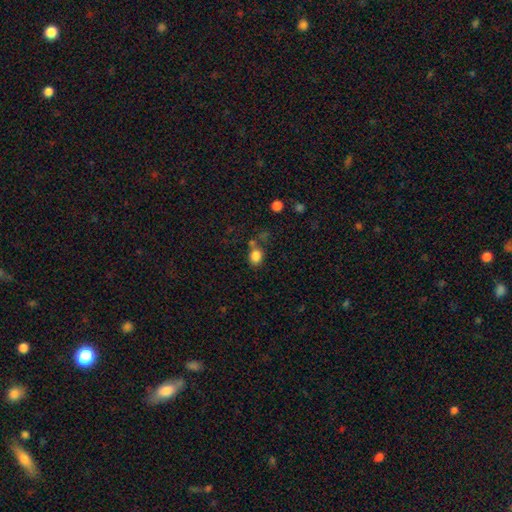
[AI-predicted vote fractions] Q: Smooth or featured?
A: smooth (84%); runner-up: star or artifact (11%)
Q: How rounded?
A: round (56%); runner-up: in between (43%)
Q: Merging?
A: none (62%); runner-up: merger (17%)